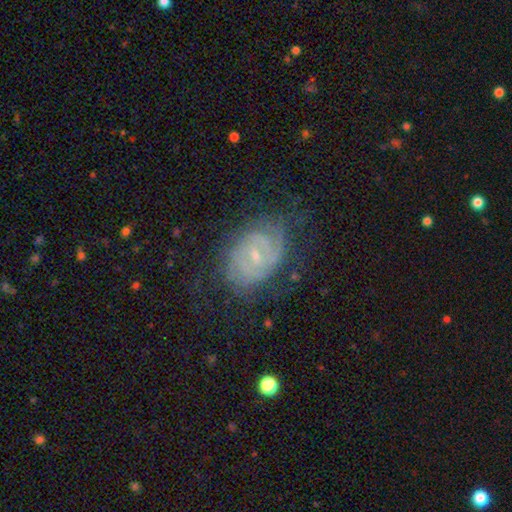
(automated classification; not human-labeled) Smooth or featured? Predicted: featured or disk (p=0.80). Edge-on disk? Predicted: no (p=0.97). Bar? Predicted: weak (p=0.48). Spiral arms? Predicted: yes (p=0.93). Spiral winding? Predicted: tight (p=0.63). Spiral arm count? Predicted: 2 (p=0.43). Bulge size? Predicted: small (p=0.74). Merging? Predicted: none (p=0.69).